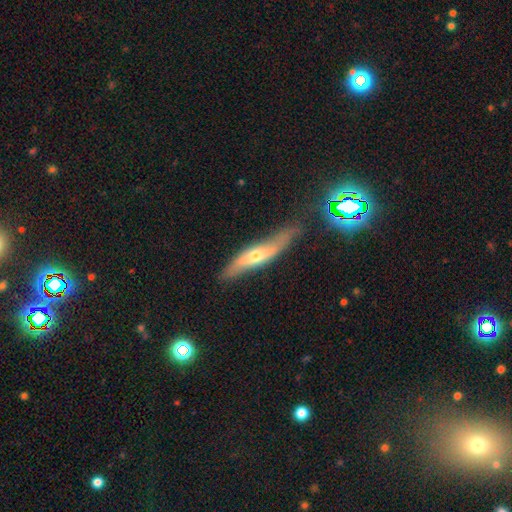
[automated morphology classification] The model was most divided on "smooth or featured": featured or disk: 55%, smooth: 38%, star or artifact: 7%. More confident: edge-on disk — yes (66%); merging — none (60%).